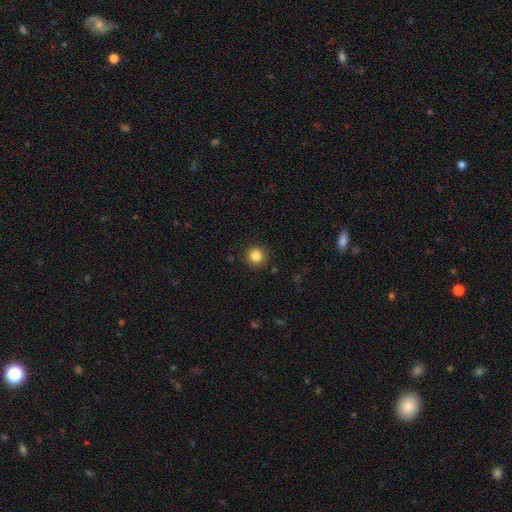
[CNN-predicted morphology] smooth_or_featured: smooth (p=0.85) [alt: star or artifact p=0.11]
how_rounded: round (p=0.94) [alt: in between p=0.05]
merging: none (p=0.91) [alt: minor disturbance p=0.06]